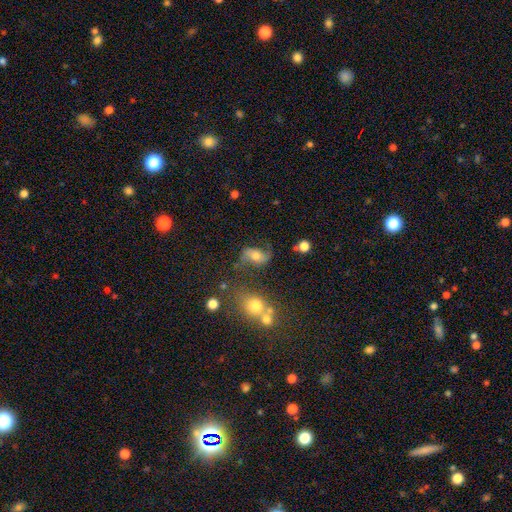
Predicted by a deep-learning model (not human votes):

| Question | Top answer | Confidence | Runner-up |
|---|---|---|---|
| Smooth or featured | featured or disk | 62% | smooth (27%) |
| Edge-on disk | no | 95% | yes (5%) |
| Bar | no | 56% | weak (32%) |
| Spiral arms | yes | 89% | no (11%) |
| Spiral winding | loose | 77% | medium (18%) |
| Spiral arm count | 2 | 91% | can't tell (3%) |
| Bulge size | moderate | 62% | small (19%) |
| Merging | none | 59% | minor disturbance (20%) |